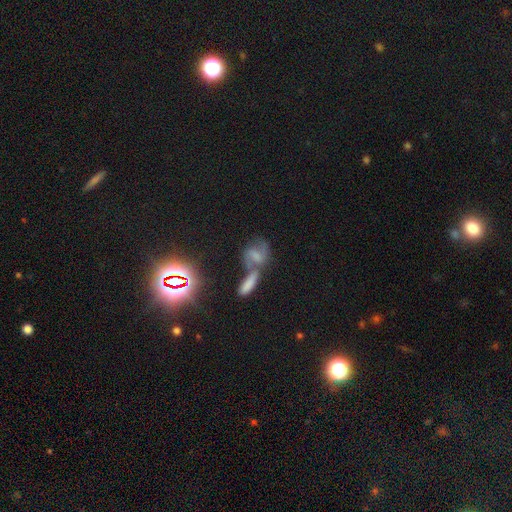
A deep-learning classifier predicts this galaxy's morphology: Overall: featured or disk (46%; smooth 37%). Merging: merger (50%; none 30%).